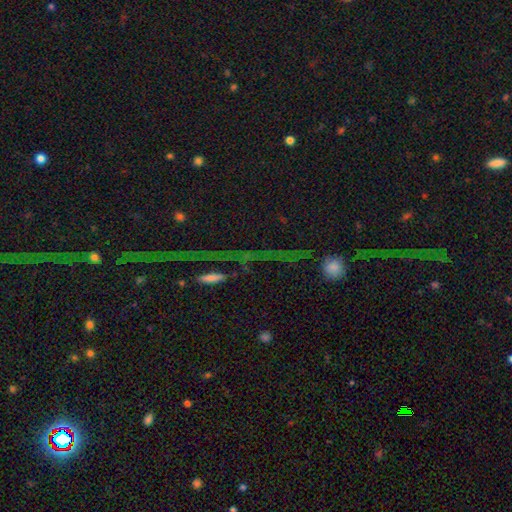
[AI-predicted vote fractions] Smooth or featured?
  - star or artifact: 76% *
  - featured or disk: 13%
  - smooth: 11%